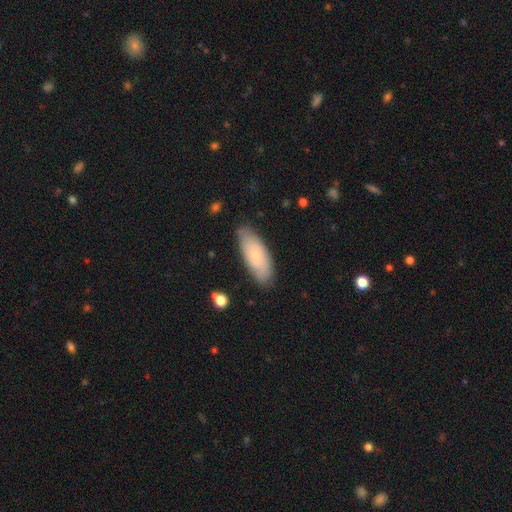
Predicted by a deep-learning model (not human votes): Morphology: type=smooth (65%); roundness=in between (75%); merging=none (81%).